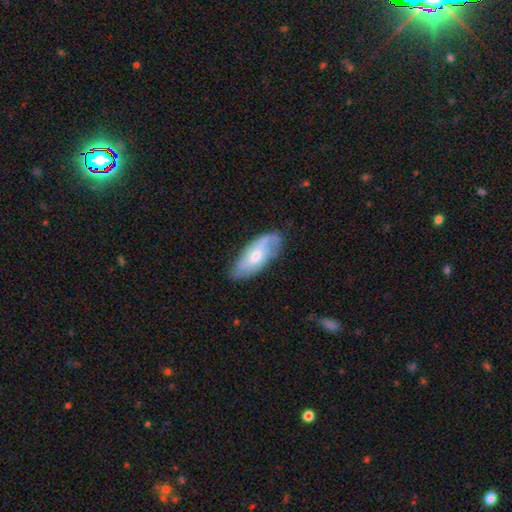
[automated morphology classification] Smooth or featured: featured or disk — 52% (smooth — 42%)
Edge-on disk: no — 84% (yes — 16%)
Merging: none — 72% (minor disturbance — 21%)